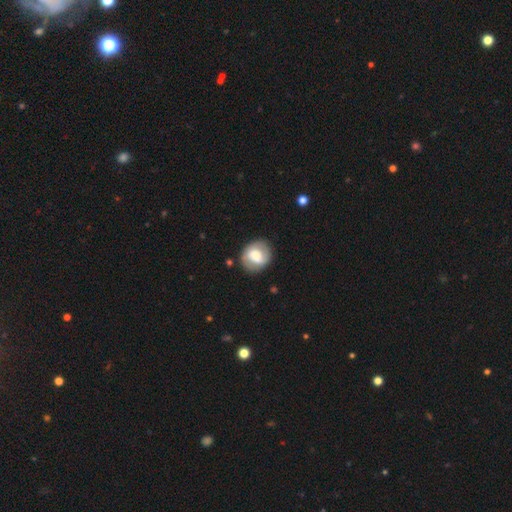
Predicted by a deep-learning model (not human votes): Q: Smooth or featured?
A: featured or disk (51%); runner-up: smooth (42%)
Q: Edge-on disk?
A: no (97%); runner-up: yes (3%)
Q: Merging?
A: none (81%); runner-up: minor disturbance (13%)